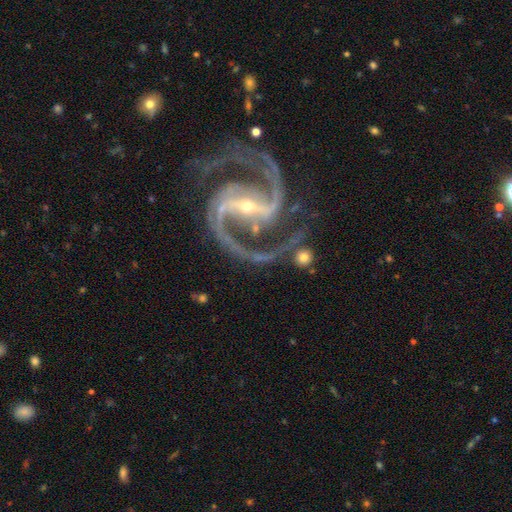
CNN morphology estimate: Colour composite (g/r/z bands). It shows a featured or disk galaxy (94%) with a strong bar (72%), 2 (93%) medium (69%) spiral arms (99%) and a small central bulge (72%). Merging: none (74%).